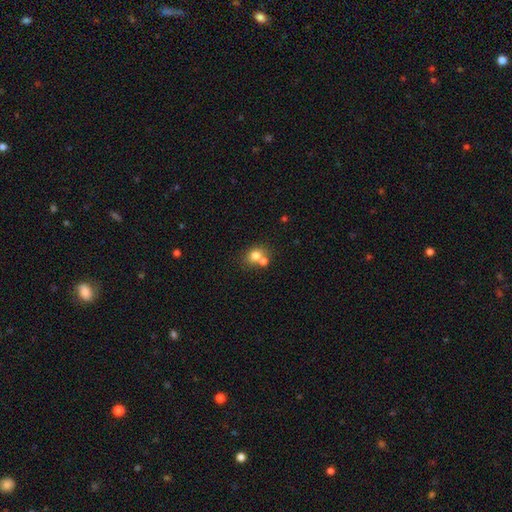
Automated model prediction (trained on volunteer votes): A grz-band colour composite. It shows a smooth galaxy with no disk features (76%) that is round (66%). Merging: none (46%).